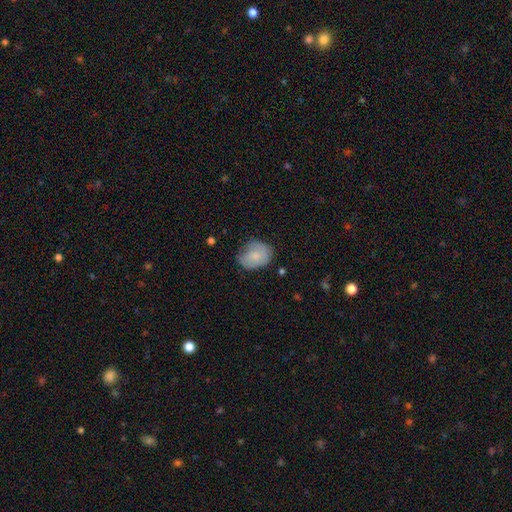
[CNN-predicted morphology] This is likely a smooth galaxy (73%). How rounded: possibly in between (56%). Merging: likely none (60%).